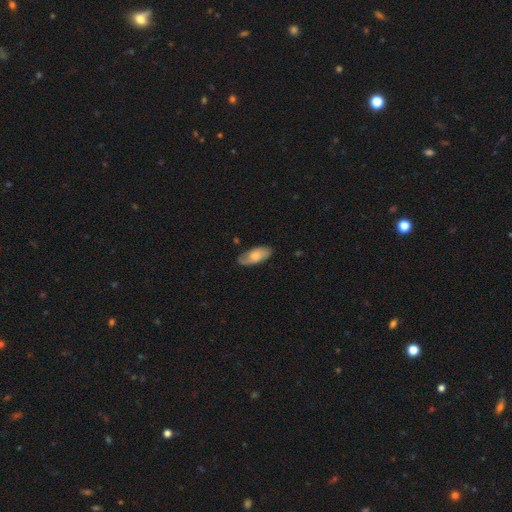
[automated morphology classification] This appears to be a smooth galaxy with no disk features (58%) that is in between round and cigar-shaped (87%). Merging: none (77%).